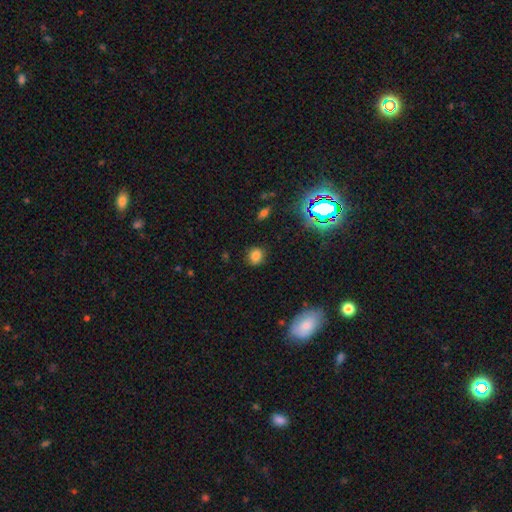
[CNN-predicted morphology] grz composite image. It shows a smooth galaxy with no disk features (78%) that is round (79%). Merging: none (87%).